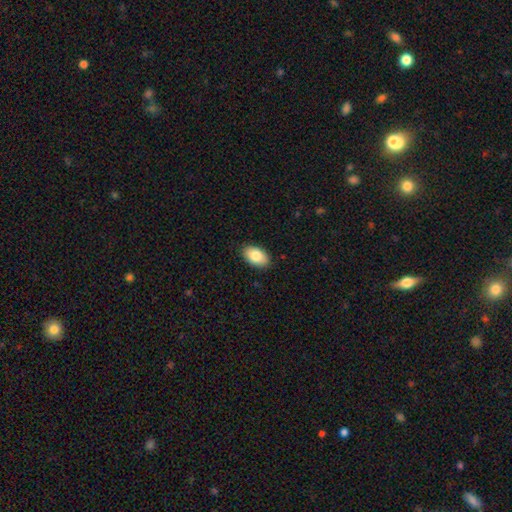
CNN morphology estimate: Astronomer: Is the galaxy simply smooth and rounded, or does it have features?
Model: smooth — 85%.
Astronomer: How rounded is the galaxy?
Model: in between — 93%.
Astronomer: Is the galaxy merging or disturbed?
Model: none — 89%.